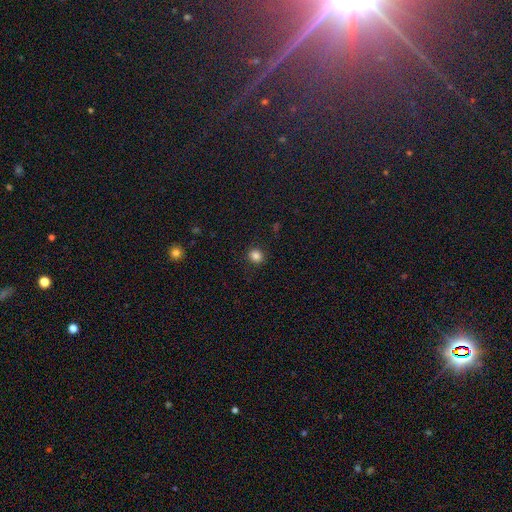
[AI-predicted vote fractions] Q: Smooth or featured?
A: smooth (84%); runner-up: star or artifact (12%)
Q: How rounded?
A: round (83%); runner-up: in between (16%)
Q: Merging?
A: none (91%); runner-up: minor disturbance (6%)